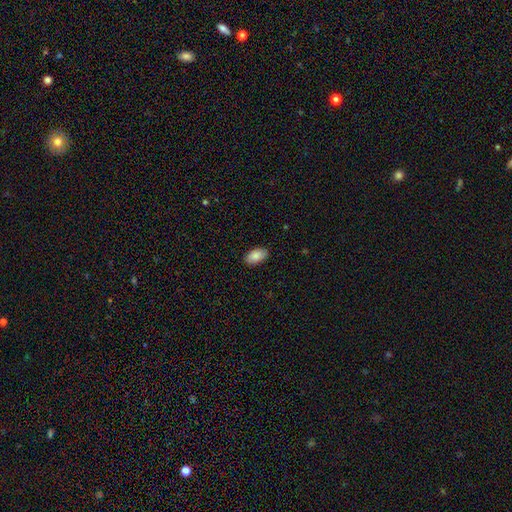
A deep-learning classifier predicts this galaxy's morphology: Smooth or featured? smooth (88%)
How rounded? in between (95%)
Merging? none (88%)